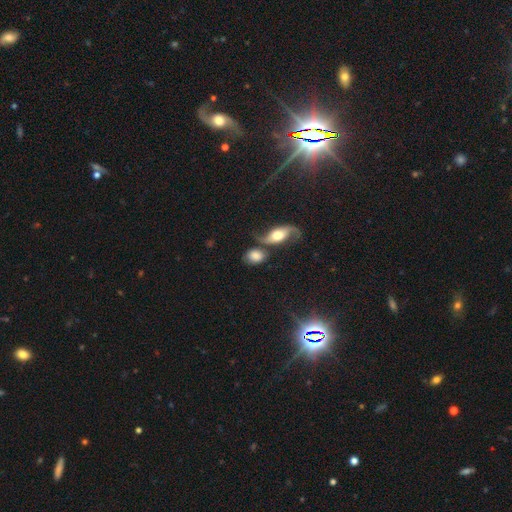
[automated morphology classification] Smooth or featured?
  - smooth: 67% *
  - featured or disk: 24%
  - star or artifact: 9%
How rounded?
  - in between: 70% *
  - round: 28%
  - cigar-shaped: 3%
Merging?
  - none: 41% *
  - merger: 35%
  - minor disturbance: 15%
  - major disturbance: 9%